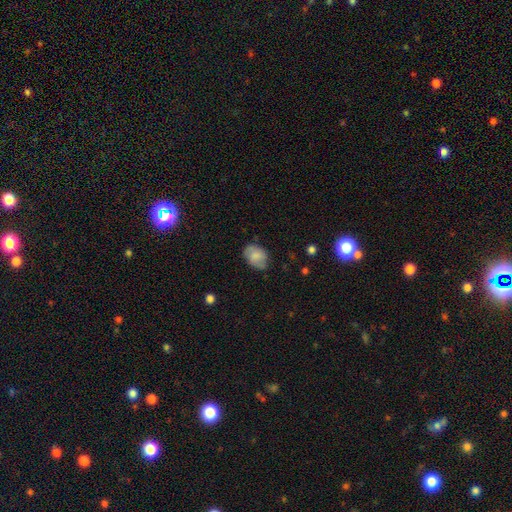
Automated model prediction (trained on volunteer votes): Smooth or featured?
  - smooth: 72% *
  - featured or disk: 21%
  - star or artifact: 8%
How rounded?
  - in between: 74% *
  - round: 25%
  - cigar-shaped: 1%
Merging?
  - none: 69% *
  - minor disturbance: 24%
  - major disturbance: 5%
  - merger: 1%